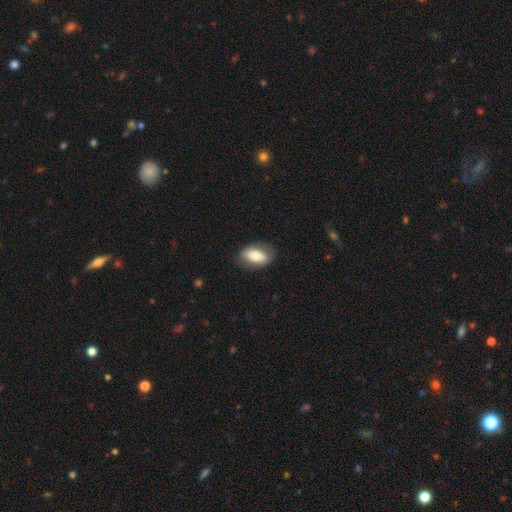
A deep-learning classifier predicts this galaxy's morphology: Smooth or featured: smooth — 71% (featured or disk — 23%)
How rounded: in between — 90% (round — 7%)
Merging: none — 78% (minor disturbance — 16%)